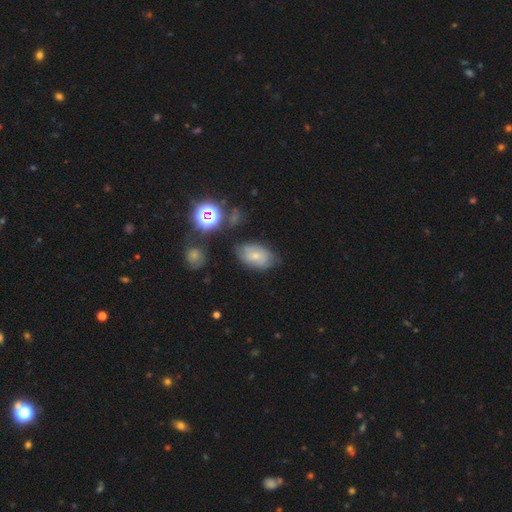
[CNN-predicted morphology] This is possibly a smooth galaxy (60%). How rounded: clearly in between (88%). Merging: likely none (64%).